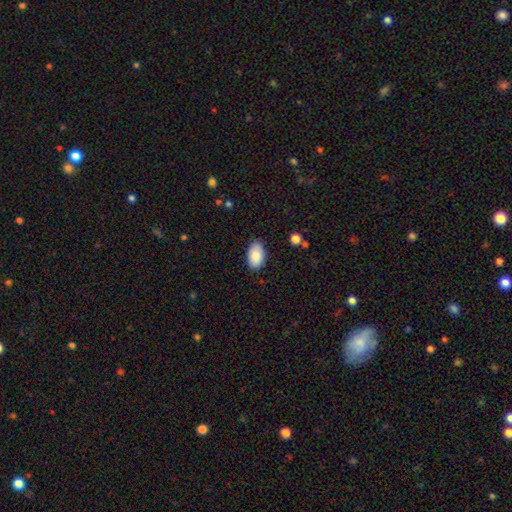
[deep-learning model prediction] Smooth or featured?
  - smooth: 88% *
  - star or artifact: 6%
  - featured or disk: 5%
How rounded?
  - in between: 95% *
  - round: 4%
  - cigar-shaped: 1%
Merging?
  - none: 85% *
  - minor disturbance: 12%
  - major disturbance: 2%
  - merger: 1%